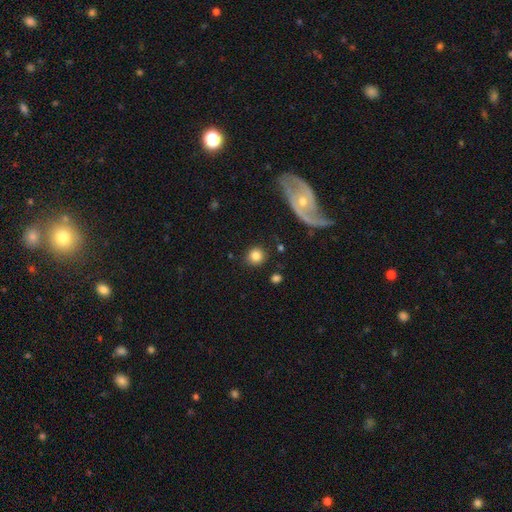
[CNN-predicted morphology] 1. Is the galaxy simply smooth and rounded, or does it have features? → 82% smooth, 10% star or artifact, 9% featured or disk.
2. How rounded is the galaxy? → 89% round, 9% in between, 1% cigar-shaped.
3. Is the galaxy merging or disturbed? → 86% none, 9% minor disturbance, 3% major disturbance, 3% merger.